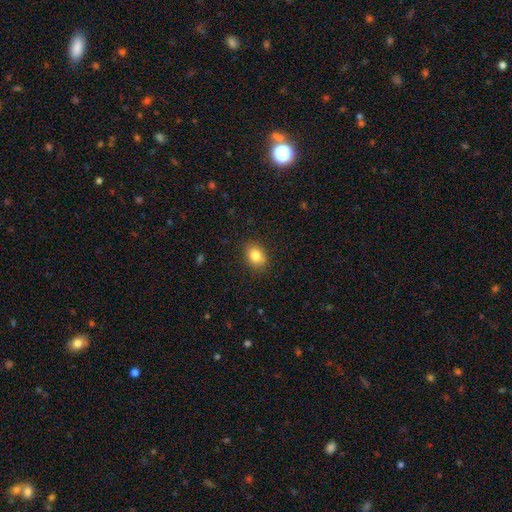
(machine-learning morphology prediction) A smooth galaxy with no disk features (83%) that is in between round and cigar-shaped (57%).

Vote fractions:
- Smooth or featured? smooth: 83% / star or artifact: 10% / featured or disk: 8%
- How rounded? in between: 57% / round: 42% / cigar-shaped: 1%
- Merging? none: 86% / minor disturbance: 10% / major disturbance: 2% / merger: 1%